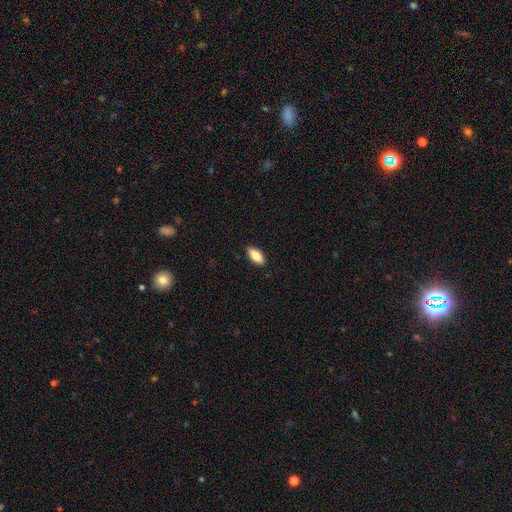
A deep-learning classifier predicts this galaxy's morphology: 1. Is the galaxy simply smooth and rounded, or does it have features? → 84% smooth, 10% featured or disk, 6% star or artifact.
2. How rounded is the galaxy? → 88% in between, 10% cigar-shaped, 2% round.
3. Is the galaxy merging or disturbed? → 90% none, 8% minor disturbance, 2% major disturbance, 1% merger.